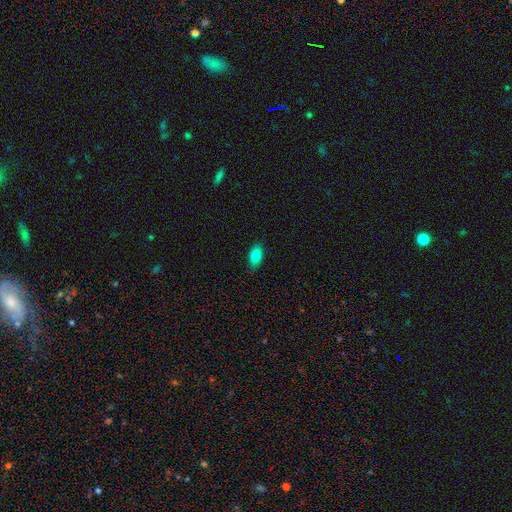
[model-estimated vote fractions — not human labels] Q: Smooth or featured?
A: smooth (84%); runner-up: featured or disk (8%)
Q: How rounded?
A: in between (91%); runner-up: cigar-shaped (6%)
Q: Merging?
A: none (87%); runner-up: minor disturbance (10%)